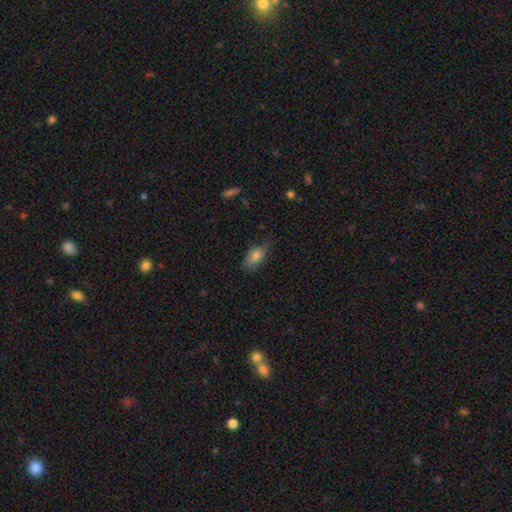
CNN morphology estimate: smooth_or_featured: smooth (p=0.79) [alt: featured or disk p=0.12]
how_rounded: in between (p=0.85) [alt: cigar-shaped p=0.09]
merging: none (p=0.62) [alt: minor disturbance p=0.28]